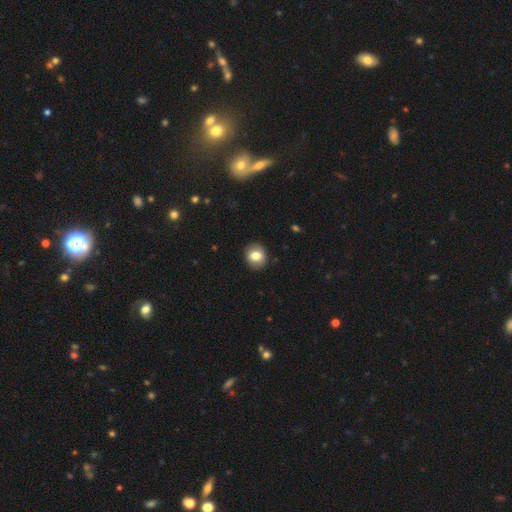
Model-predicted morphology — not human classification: Q: Smooth or featured?
A: smooth (80%); runner-up: featured or disk (11%)
Q: How rounded?
A: round (74%); runner-up: in between (25%)
Q: Merging?
A: none (89%); runner-up: minor disturbance (8%)